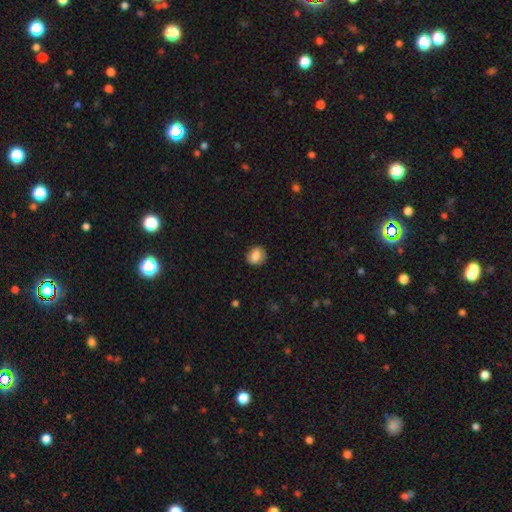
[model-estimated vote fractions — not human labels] Smooth or featured? Predicted: smooth (p=0.76). How rounded? Predicted: round (p=0.66). Merging? Predicted: none (p=0.82).